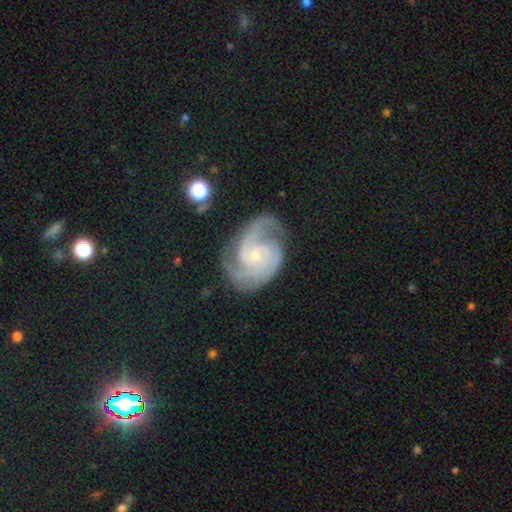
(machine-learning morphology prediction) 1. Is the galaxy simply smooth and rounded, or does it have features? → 91% featured or disk, 5% star or artifact, 4% smooth.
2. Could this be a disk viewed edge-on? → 98% no, 2% yes.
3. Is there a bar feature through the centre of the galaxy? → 67% no, 27% weak, 6% strong.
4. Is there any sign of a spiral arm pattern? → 98% yes, 2% no.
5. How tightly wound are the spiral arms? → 58% tight, 37% medium, 5% loose.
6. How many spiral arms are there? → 38% 3, 34% 2, 10% can't tell, 8% 4, 5% 1, 5% more than 4.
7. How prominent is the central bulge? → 78% small, 18% moderate, 2% none, 1% large, 1% dominant.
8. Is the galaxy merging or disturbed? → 72% none, 19% minor disturbance, 8% major disturbance, 2% merger.